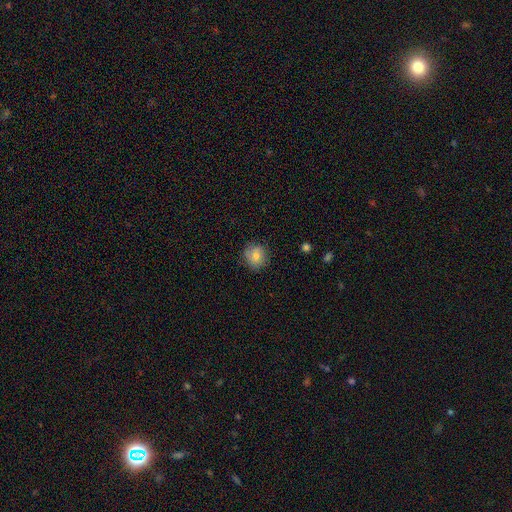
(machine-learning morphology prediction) This is likely a smooth galaxy (73%). How rounded: clearly round (85%). Merging: likely none (79%).